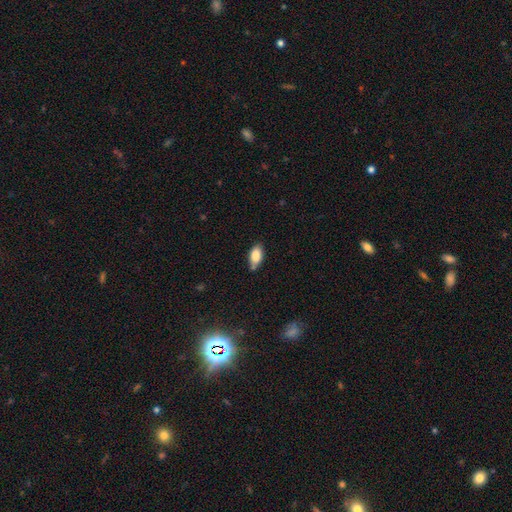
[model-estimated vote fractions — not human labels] Smooth or featured?
  - smooth: 84% *
  - featured or disk: 8%
  - star or artifact: 8%
How rounded?
  - in between: 91% *
  - cigar-shaped: 5%
  - round: 4%
Merging?
  - none: 67% *
  - minor disturbance: 23%
  - merger: 7%
  - major disturbance: 4%